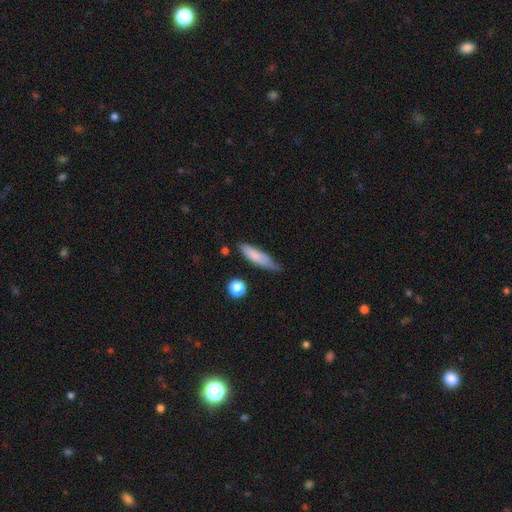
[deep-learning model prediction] This is likely a smooth galaxy (78%). How rounded: likely cigar-shaped (70%). Merging: likely none (63%).